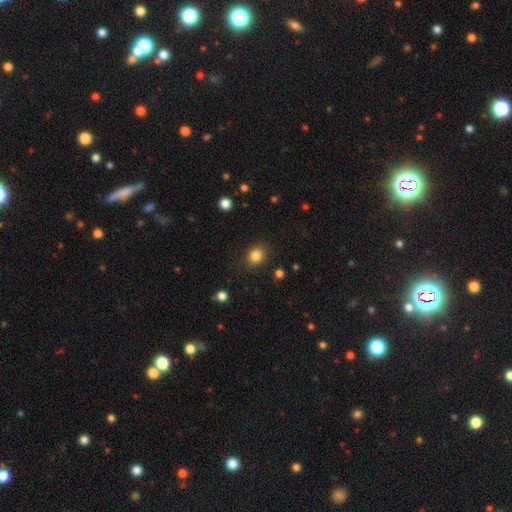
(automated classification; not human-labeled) Morphology: type=smooth (84%); roundness=round (66%); merging=none (86%).